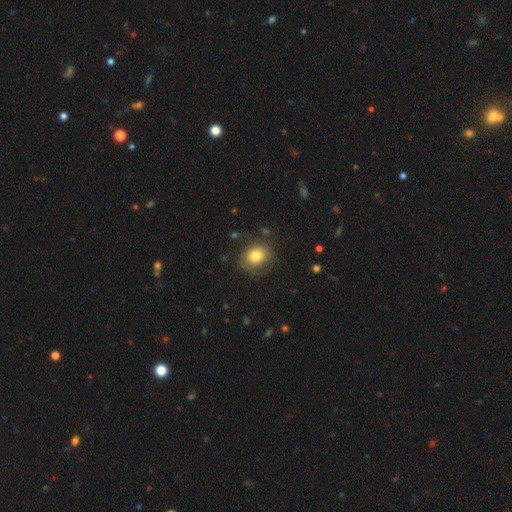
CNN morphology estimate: This is likely a smooth galaxy (79%). How rounded: likely round (63%). Merging: likely none (76%).